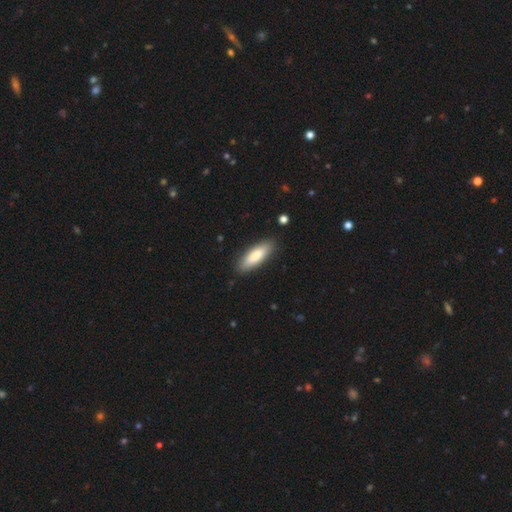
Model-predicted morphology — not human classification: smooth_or_featured: smooth (p=0.82) [alt: featured or disk p=0.13]
how_rounded: in between (p=0.50) [alt: cigar-shaped p=0.48]
merging: none (p=0.87) [alt: minor disturbance p=0.09]